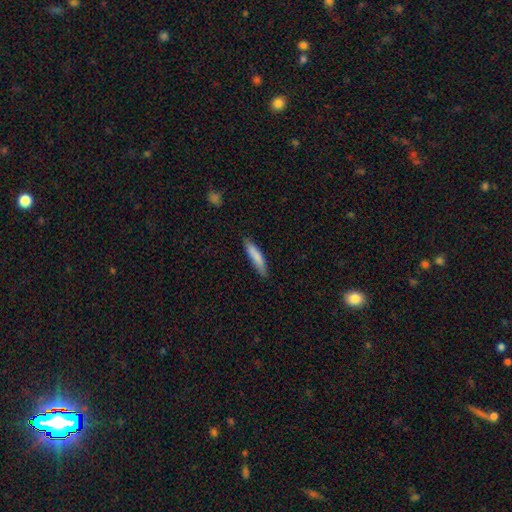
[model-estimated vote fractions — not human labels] Smooth or featured? smooth (82%)
How rounded? cigar-shaped (82%)
Merging? none (81%)